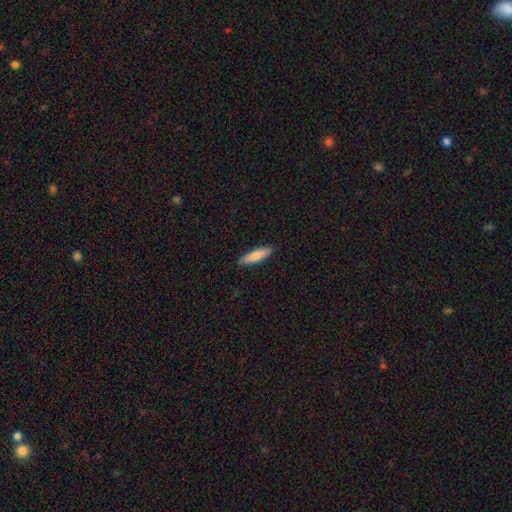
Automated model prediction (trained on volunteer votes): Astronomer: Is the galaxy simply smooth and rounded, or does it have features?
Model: smooth — 82%.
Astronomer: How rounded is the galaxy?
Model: cigar-shaped — 69%.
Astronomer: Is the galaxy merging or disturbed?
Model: none — 90%.